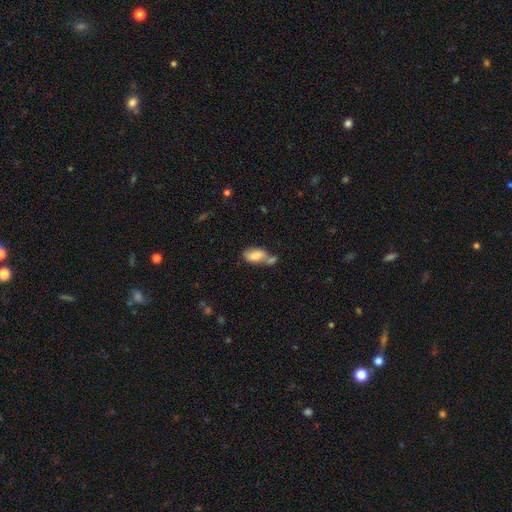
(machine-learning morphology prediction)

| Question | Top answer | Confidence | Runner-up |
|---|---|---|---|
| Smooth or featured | smooth | 78% | featured or disk (15%) |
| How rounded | in between | 92% | round (5%) |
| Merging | merger | 40% | none (36%) |